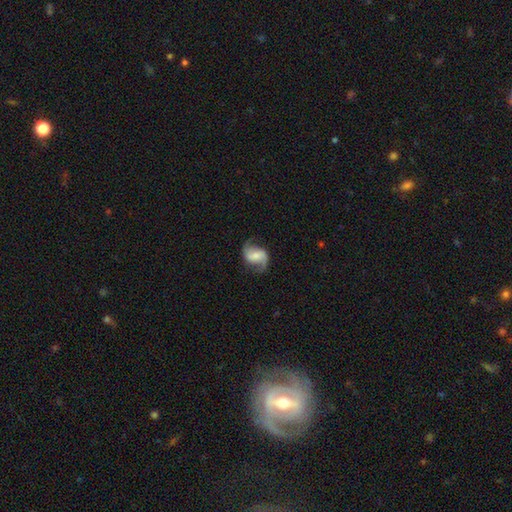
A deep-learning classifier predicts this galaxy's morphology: type=featured or disk (82%); edge-on=no (98%); bar=weak (45%); spiral arms=yes (96%); winding=loose (47%); arm count=2 (92%); bulge=small (36%); merging=none (77%).